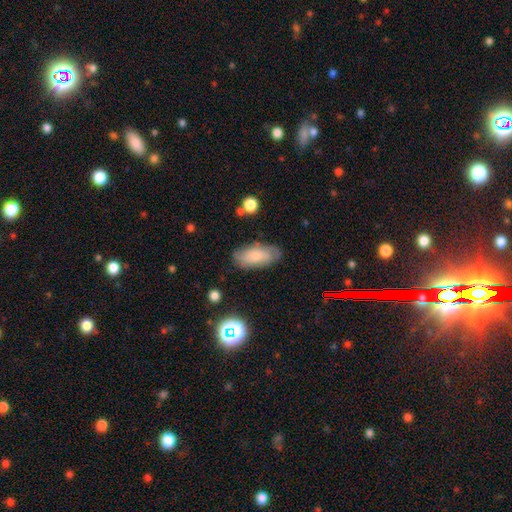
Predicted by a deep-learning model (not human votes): Smooth or featured? smooth (62%)
How rounded? in between (89%)
Merging? none (75%)